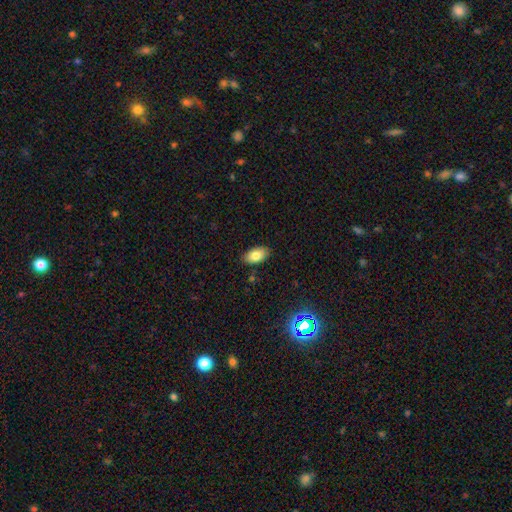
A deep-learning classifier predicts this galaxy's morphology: smooth 80%, featured or disk 11%, star or artifact 8%. Down the decision tree: how rounded — in between (93%); merging — none (86%).